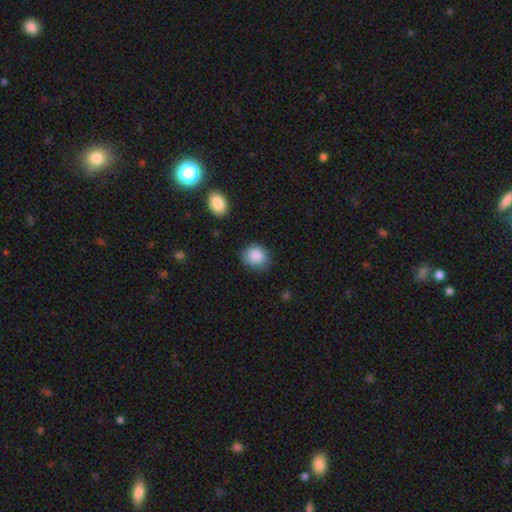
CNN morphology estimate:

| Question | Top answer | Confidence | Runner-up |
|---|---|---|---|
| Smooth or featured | smooth | 87% | star or artifact (8%) |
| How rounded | round | 64% | in between (35%) |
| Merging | none | 71% | minor disturbance (22%) |